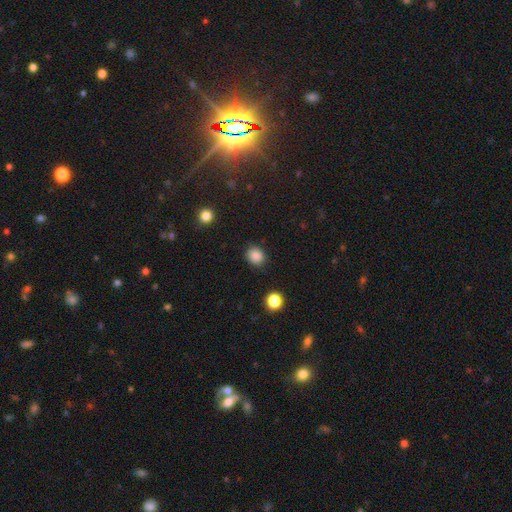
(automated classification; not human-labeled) smooth 86%, star or artifact 11%, featured or disk 3%. Down the decision tree: how rounded — round (71%); merging — none (85%).